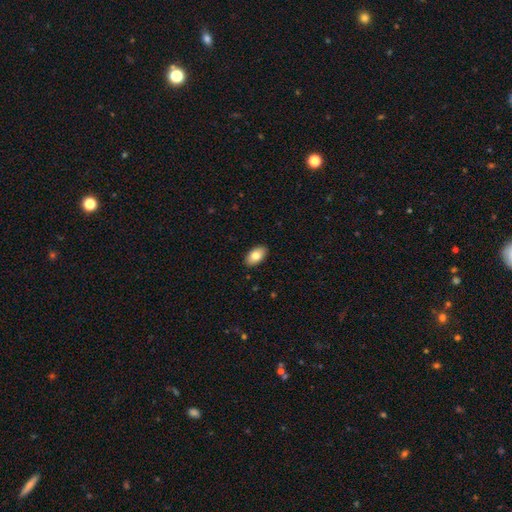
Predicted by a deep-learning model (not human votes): Overall: smooth (81%). How rounded: in between (94%). Merging: none (90%).